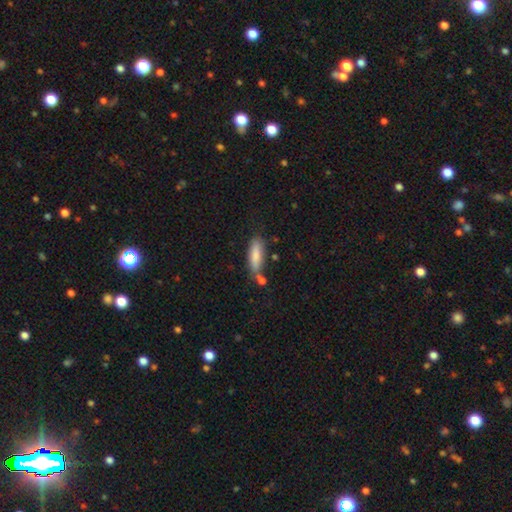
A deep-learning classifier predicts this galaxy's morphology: Smooth or featured: smooth — 79% (featured or disk — 14%)
How rounded: in between — 51% (cigar-shaped — 47%)
Merging: none — 55% (minor disturbance — 22%)